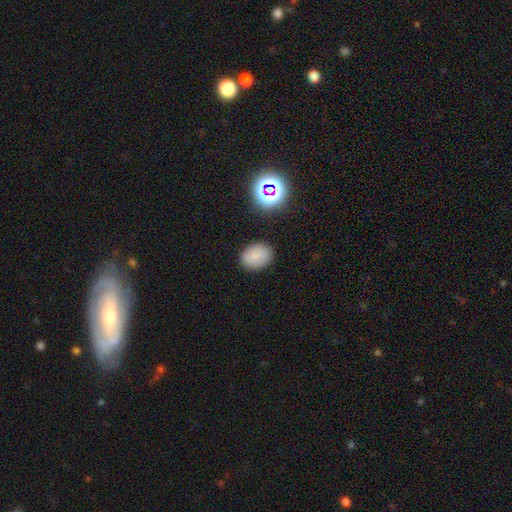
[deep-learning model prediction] Smooth or featured? smooth (81%)
How rounded? in between (65%)
Merging? none (86%)